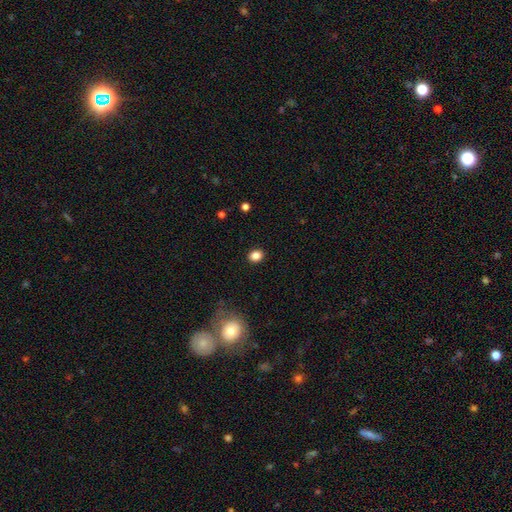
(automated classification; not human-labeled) Smooth or featured: smooth — 85% (star or artifact — 10%)
How rounded: round — 56% (in between — 43%)
Merging: none — 90% (minor disturbance — 7%)